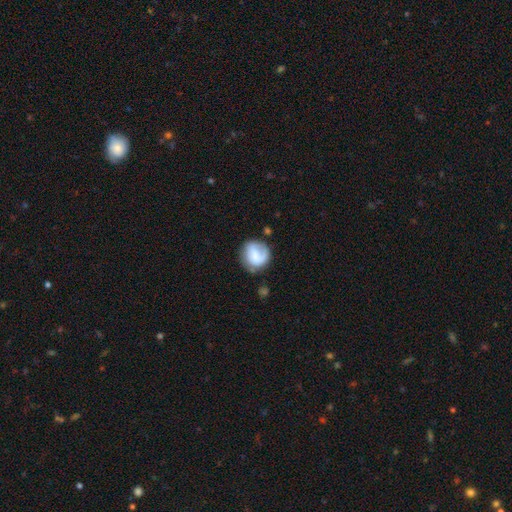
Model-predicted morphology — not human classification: Q: Smooth or featured?
A: smooth (59%); runner-up: featured or disk (34%)
Q: How rounded?
A: round (82%); runner-up: in between (17%)
Q: Merging?
A: none (61%); runner-up: minor disturbance (24%)